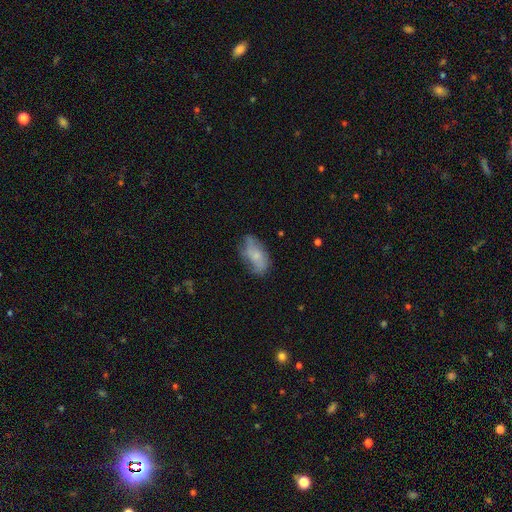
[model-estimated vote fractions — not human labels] smooth-or-featured: smooth: 58% | featured or disk: 34% | star or artifact: 8%
  how-rounded: in between: 88% | cigar-shaped: 8% | round: 4%
  merging: none: 58% | minor disturbance: 29% | major disturbance: 11% | merger: 2%